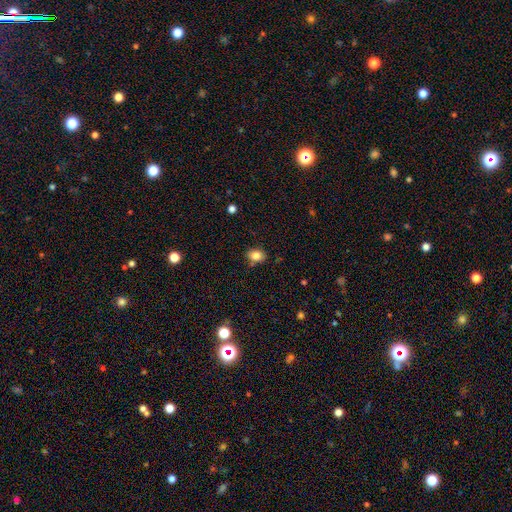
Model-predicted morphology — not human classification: Smooth or featured? smooth (83%)
How rounded? in between (61%)
Merging? none (80%)